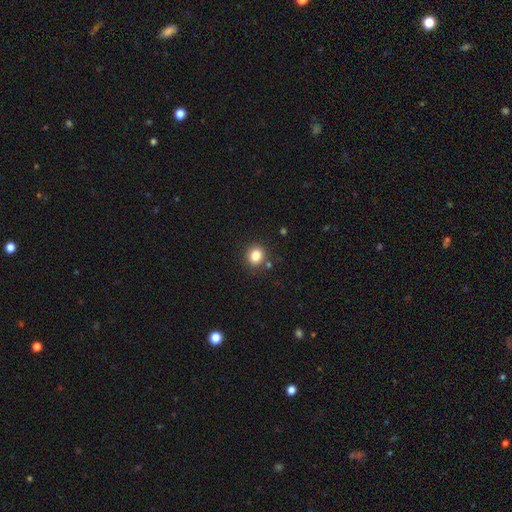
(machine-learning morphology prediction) The model was most divided on "how rounded": round: 75%, in between: 24%, cigar-shaped: 1%. More confident: merging — none (86%); smooth or featured — smooth (84%).